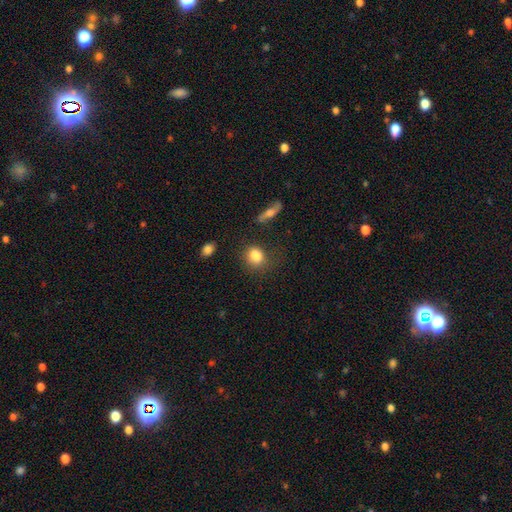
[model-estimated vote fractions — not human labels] Q: Smooth or featured?
A: smooth (82%); runner-up: star or artifact (10%)
Q: How rounded?
A: round (54%); runner-up: in between (44%)
Q: Merging?
A: none (60%); runner-up: minor disturbance (21%)